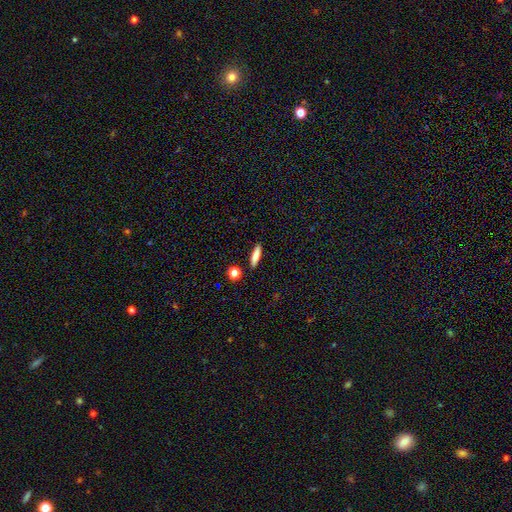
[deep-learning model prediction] Smooth or featured?
  - smooth: 78% *
  - featured or disk: 14%
  - star or artifact: 8%
How rounded?
  - cigar-shaped: 68% *
  - in between: 28%
  - round: 3%
Merging?
  - none: 87% *
  - minor disturbance: 8%
  - merger: 3%
  - major disturbance: 2%